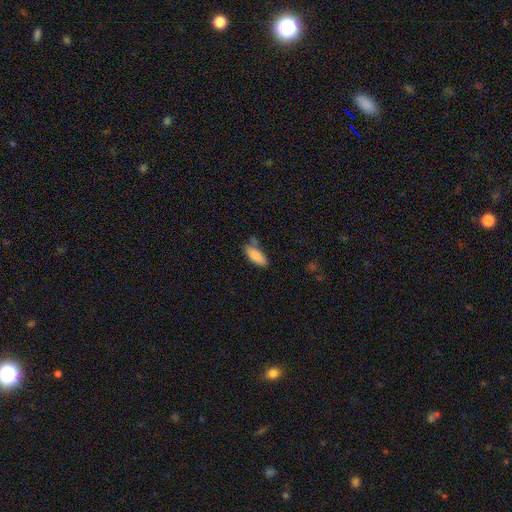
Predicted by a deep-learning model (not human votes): smooth 86%, featured or disk 7%, star or artifact 7%. Down the decision tree: how rounded — in between (73%); merging — none (60%).